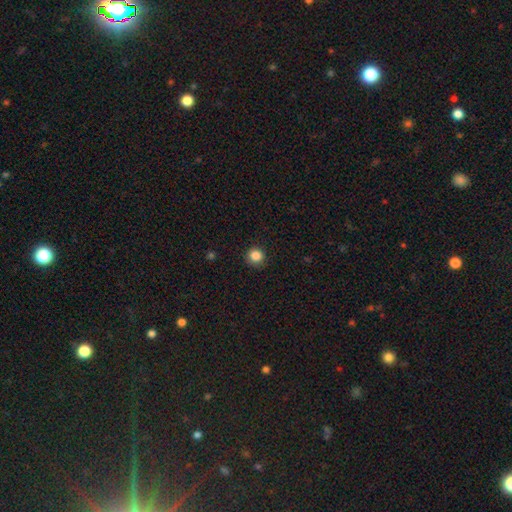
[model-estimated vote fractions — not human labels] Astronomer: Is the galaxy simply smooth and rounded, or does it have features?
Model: smooth — 86%.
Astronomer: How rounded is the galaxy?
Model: round — 95%.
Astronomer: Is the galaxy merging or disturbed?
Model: none — 90%.